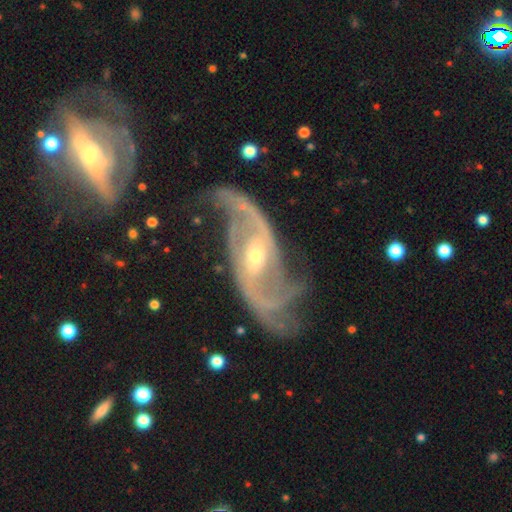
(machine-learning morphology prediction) The model was most divided on "bar": weak: 39%, no: 35%, strong: 26%. More confident: spiral arms — yes (97%); edge-on disk — no (96%); smooth or featured — featured or disk (91%); spiral arm count — 2 (77%); bulge size — small (62%); merging — none (56%); spiral winding — loose (52%).